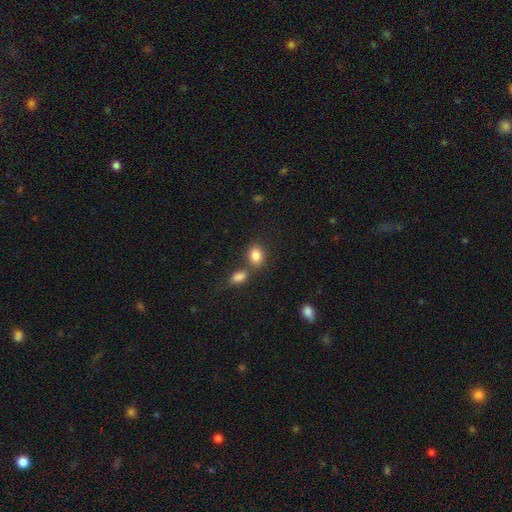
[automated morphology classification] This is clearly a smooth galaxy (85%). How rounded: likely in between (71%). Merging: possibly none (55%).